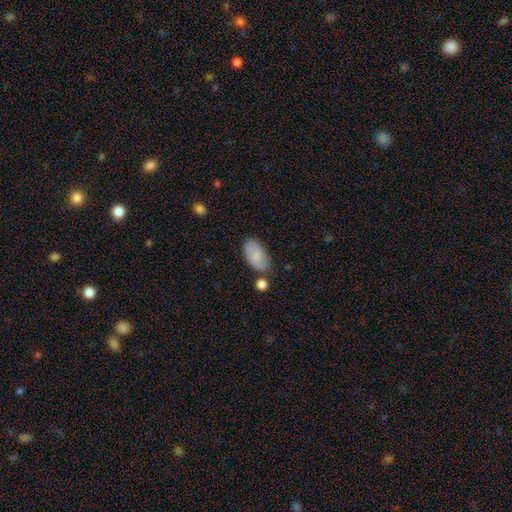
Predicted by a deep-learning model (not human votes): Smooth or featured: smooth — 80% (featured or disk — 13%)
How rounded: in between — 94% (round — 3%)
Merging: none — 67% (minor disturbance — 20%)